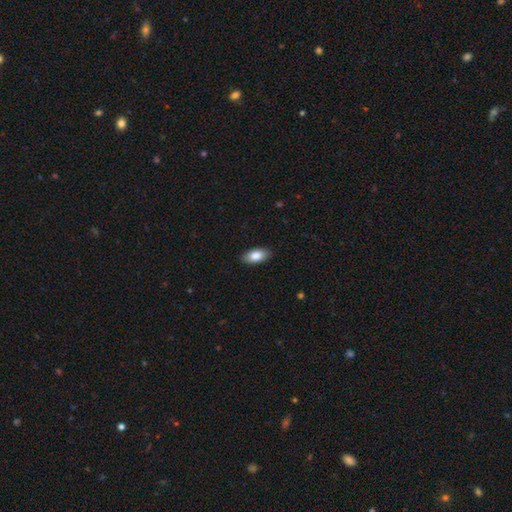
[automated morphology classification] Smooth or featured? Predicted: smooth (p=0.85). How rounded? Predicted: in between (p=0.93). Merging? Predicted: none (p=0.89).